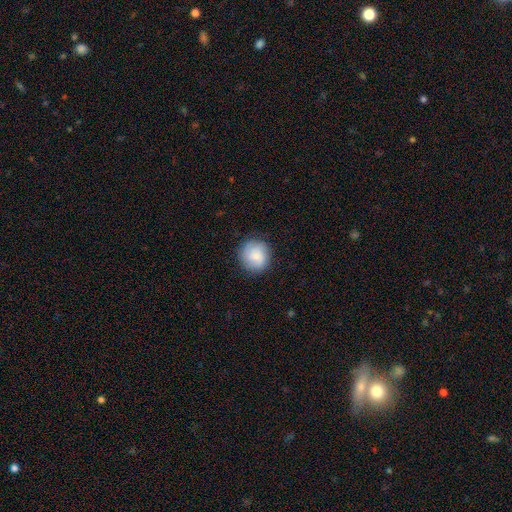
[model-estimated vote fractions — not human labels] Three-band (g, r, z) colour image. It shows a smooth galaxy with no disk features (74%) that is round (91%). Merging: none (85%).